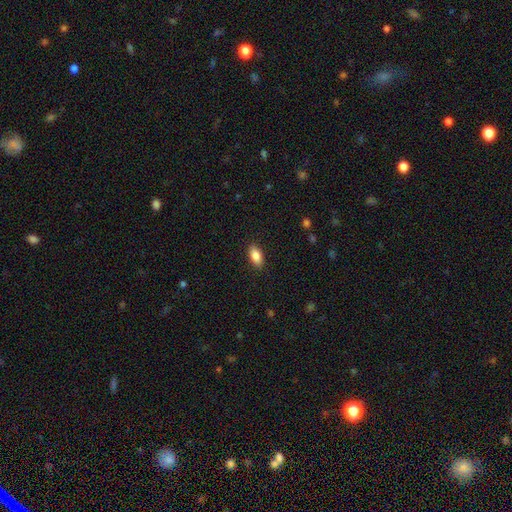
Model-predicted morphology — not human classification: Q: Smooth or featured?
A: smooth (86%); runner-up: star or artifact (7%)
Q: How rounded?
A: in between (89%); runner-up: cigar-shaped (8%)
Q: Merging?
A: none (89%); runner-up: minor disturbance (8%)